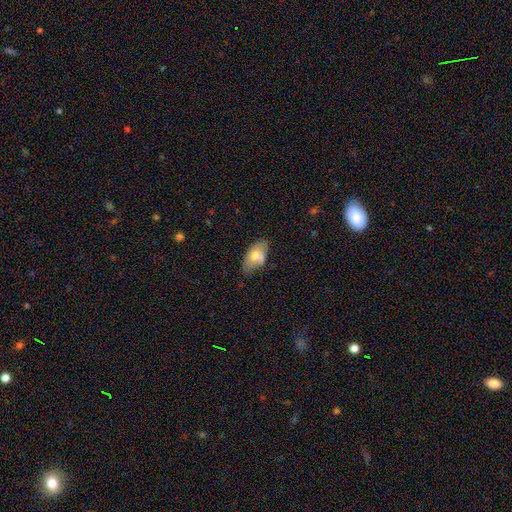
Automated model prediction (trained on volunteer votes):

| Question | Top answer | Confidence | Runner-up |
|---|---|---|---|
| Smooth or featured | smooth | 64% | featured or disk (29%) |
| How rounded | in between | 93% | round (5%) |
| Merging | none | 56% | minor disturbance (28%) |